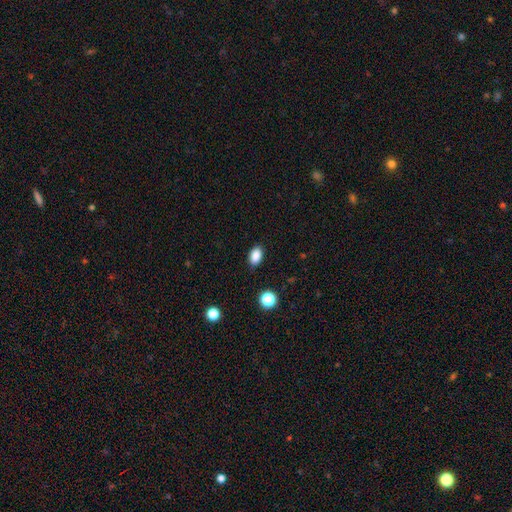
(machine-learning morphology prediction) smooth-or-featured: smooth: 87% | star or artifact: 10% | featured or disk: 3%
  how-rounded: in between: 85% | round: 14% | cigar-shaped: 1%
  merging: none: 88% | minor disturbance: 8% | major disturbance: 2% | merger: 1%